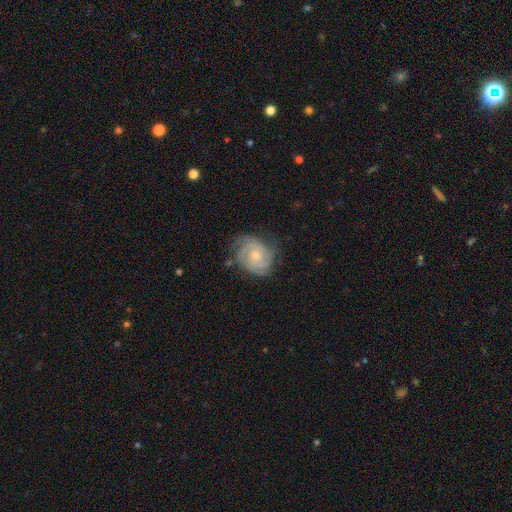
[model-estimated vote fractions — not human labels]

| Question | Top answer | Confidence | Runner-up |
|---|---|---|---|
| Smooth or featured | featured or disk | 85% | smooth (10%) |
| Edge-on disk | no | 98% | yes (2%) |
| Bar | no | 70% | weak (25%) |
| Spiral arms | yes | 97% | no (3%) |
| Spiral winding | tight | 68% | medium (27%) |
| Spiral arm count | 3 | 37% | 2 (21%) |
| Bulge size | small | 52% | moderate (44%) |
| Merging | none | 70% | minor disturbance (21%) |